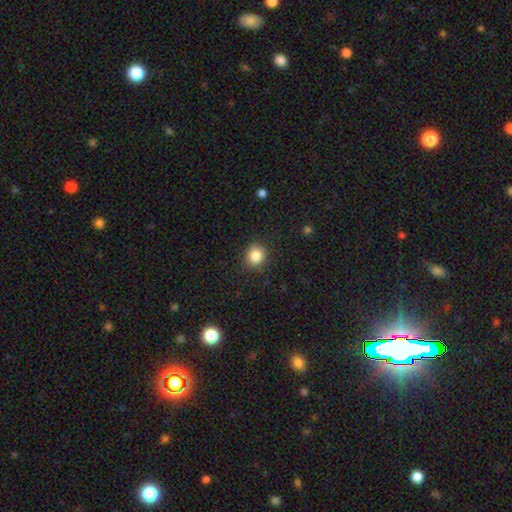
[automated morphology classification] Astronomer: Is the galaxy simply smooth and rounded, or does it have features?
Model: smooth — 86%.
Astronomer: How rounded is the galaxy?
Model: round — 86%.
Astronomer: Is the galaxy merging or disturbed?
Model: none — 87%.